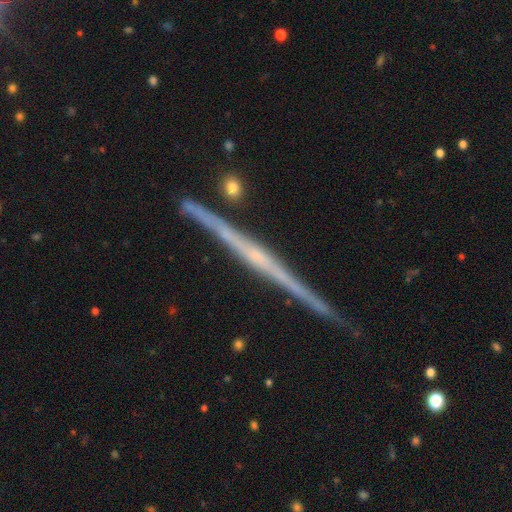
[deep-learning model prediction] Smooth or featured: featured or disk — 82% (smooth — 11%)
Edge-on disk: yes — 98% (no — 2%)
Edge-on bulge: none — 53% (rounded — 36%)
Merging: none — 87% (minor disturbance — 9%)